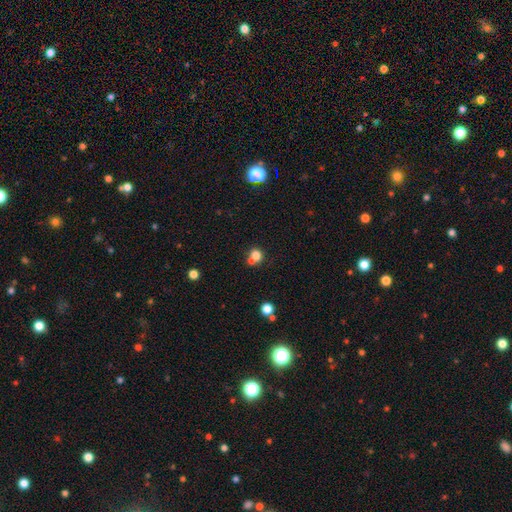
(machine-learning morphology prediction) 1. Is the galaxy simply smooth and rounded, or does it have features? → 77% smooth, 13% star or artifact, 10% featured or disk.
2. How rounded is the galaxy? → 77% round, 22% in between, 1% cigar-shaped.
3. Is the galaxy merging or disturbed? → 45% merger, 43% none, 8% minor disturbance, 4% major disturbance.